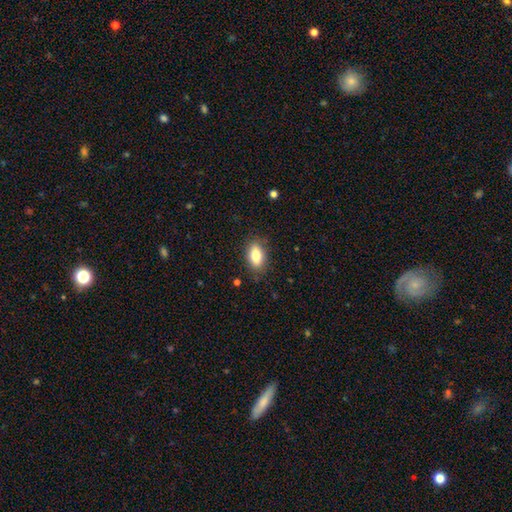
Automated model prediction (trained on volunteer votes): Smooth or featured? smooth (82%)
How rounded? in between (88%)
Merging? none (84%)